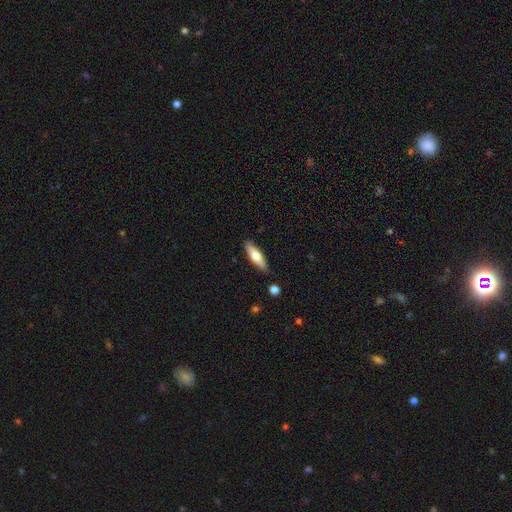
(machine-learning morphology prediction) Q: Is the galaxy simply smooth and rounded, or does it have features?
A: smooth — 57%.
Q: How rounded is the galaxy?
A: cigar-shaped — 59%.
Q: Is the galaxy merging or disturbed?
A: none — 87%.